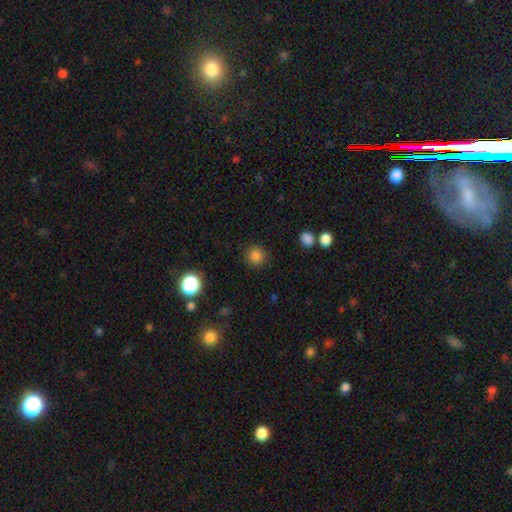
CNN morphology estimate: smooth-or-featured: smooth: 83% | star or artifact: 13% | featured or disk: 4%
  how-rounded: round: 94% | in between: 5% | cigar-shaped: 1%
  merging: none: 90% | minor disturbance: 6% | major disturbance: 2% | merger: 1%